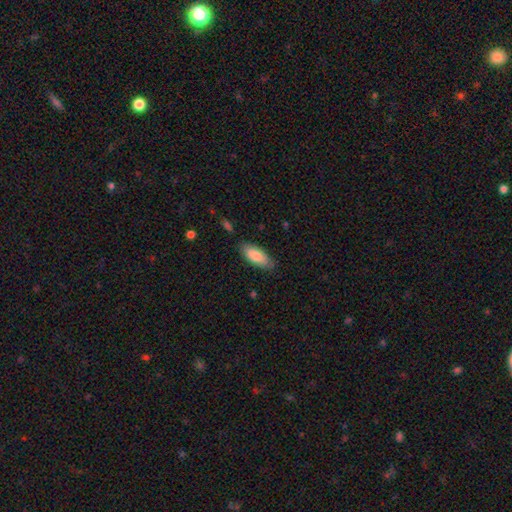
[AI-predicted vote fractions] Smooth or featured?
  - smooth: 84% *
  - featured or disk: 11%
  - star or artifact: 6%
How rounded?
  - in between: 79% *
  - cigar-shaped: 19%
  - round: 2%
Merging?
  - none: 82% *
  - minor disturbance: 14%
  - major disturbance: 3%
  - merger: 2%